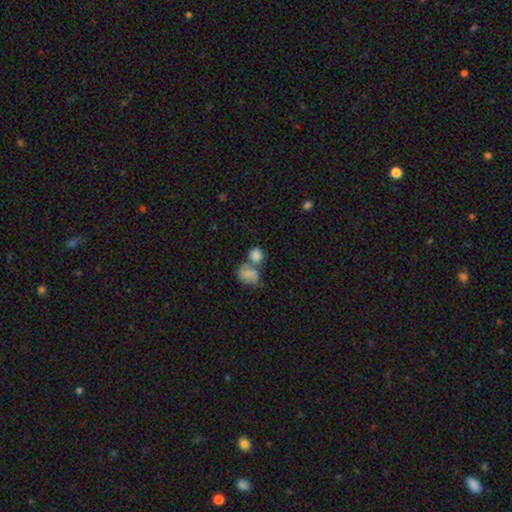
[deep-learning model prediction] A smooth galaxy with no disk features (80%) that is round (63%). Merging: merger (54%).